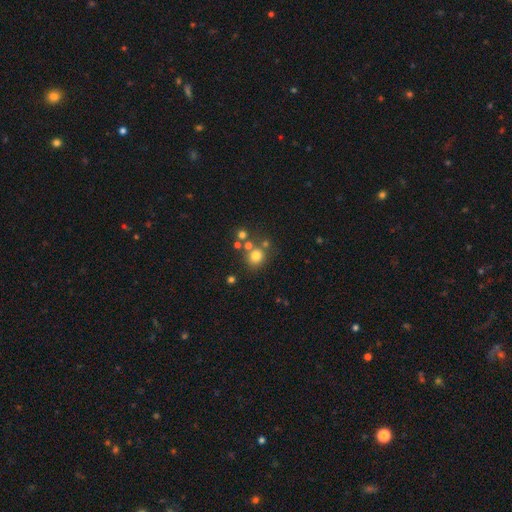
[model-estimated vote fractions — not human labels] Smooth or featured: smooth — 74% (star or artifact — 16%)
How rounded: round — 87% (in between — 13%)
Merging: none — 68% (merger — 18%)